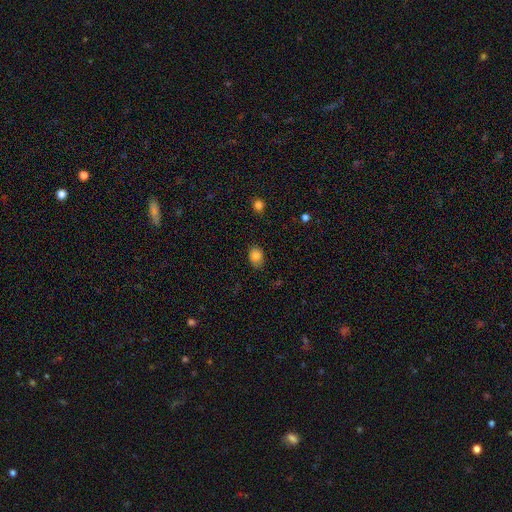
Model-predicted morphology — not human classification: smooth-or-featured: smooth: 84% | star or artifact: 10% | featured or disk: 7%
  how-rounded: in between: 66% | round: 33% | cigar-shaped: 1%
  merging: none: 78% | minor disturbance: 17% | major disturbance: 3% | merger: 1%